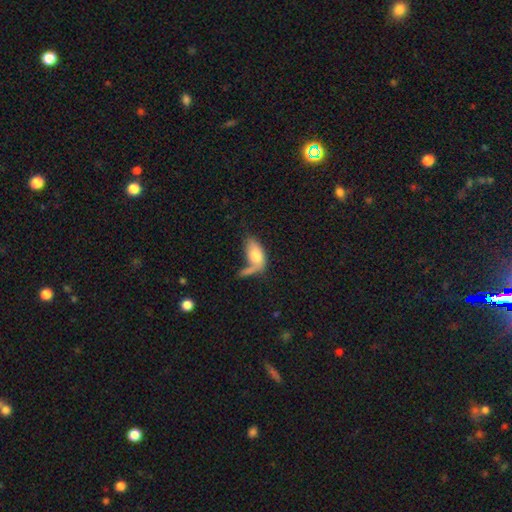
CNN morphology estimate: Q: Smooth or featured?
A: smooth (69%); runner-up: featured or disk (24%)
Q: How rounded?
A: in between (87%); runner-up: cigar-shaped (7%)
Q: Merging?
A: merger (36%); runner-up: none (26%)